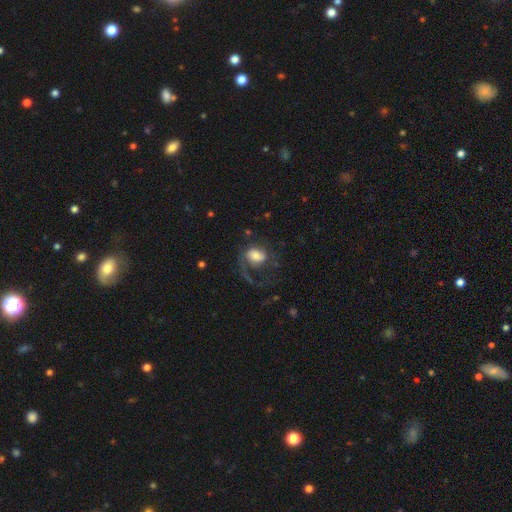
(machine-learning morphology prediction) This appears to be a featured or disk galaxy (48%). Merging: major disturbance (46%).